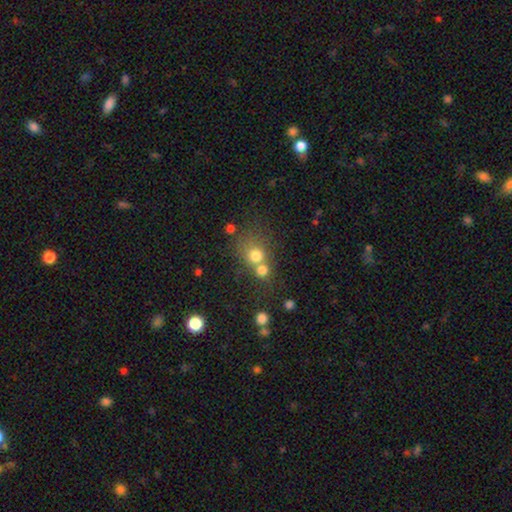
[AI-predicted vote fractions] The model was most divided on "merging": merger: 50%, none: 37%, minor disturbance: 8%, major disturbance: 5%. More confident: how rounded — round (81%); smooth or featured — smooth (71%).